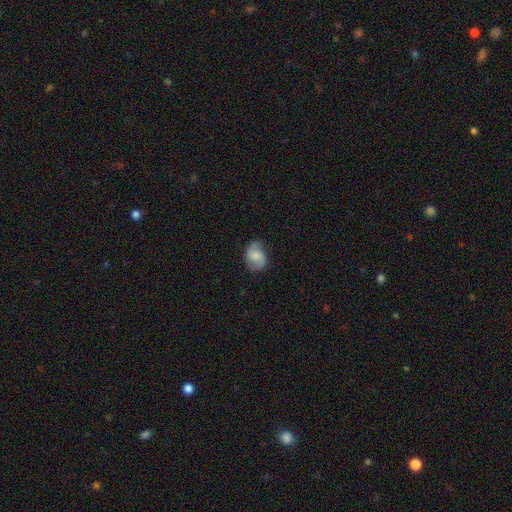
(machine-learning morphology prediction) A featured or disk galaxy (55%) with no bar (54%), spiral arms (92%) and a moderate central bulge (39%).

Vote fractions:
- Smooth or featured? featured or disk: 55% / smooth: 37% / star or artifact: 8%
- Edge-on disk? no: 97% / yes: 3%
- Bar? no: 54% / weak: 39% / strong: 7%
- Spiral arms? yes: 92% / no: 8%
- Bulge size? moderate: 39% / small: 33% / none: 17% / large: 9% / dominant: 2%
- Merging? none: 75% / minor disturbance: 19% / major disturbance: 5% / merger: 1%